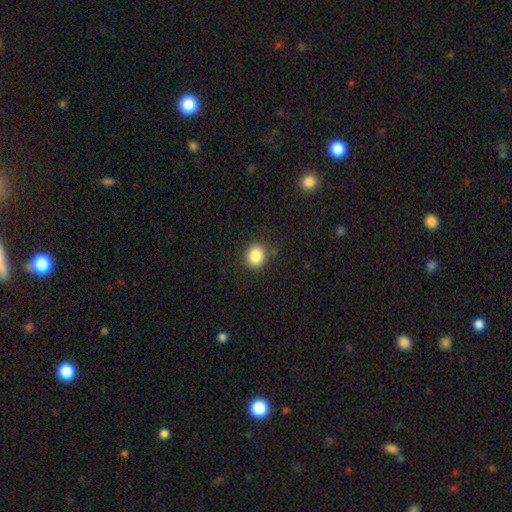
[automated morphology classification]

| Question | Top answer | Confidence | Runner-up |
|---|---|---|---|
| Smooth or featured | smooth | 85% | star or artifact (10%) |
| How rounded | round | 73% | in between (26%) |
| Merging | none | 84% | minor disturbance (11%) |